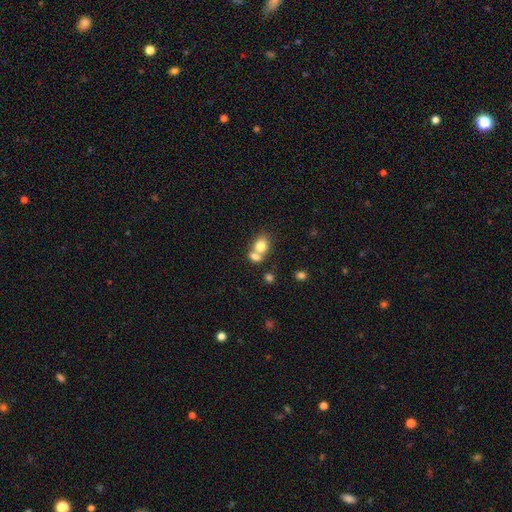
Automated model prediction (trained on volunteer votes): The model was most divided on "how rounded": round: 53%, in between: 46%, cigar-shaped: 1%. More confident: smooth or featured — smooth (76%); merging — merger (54%).